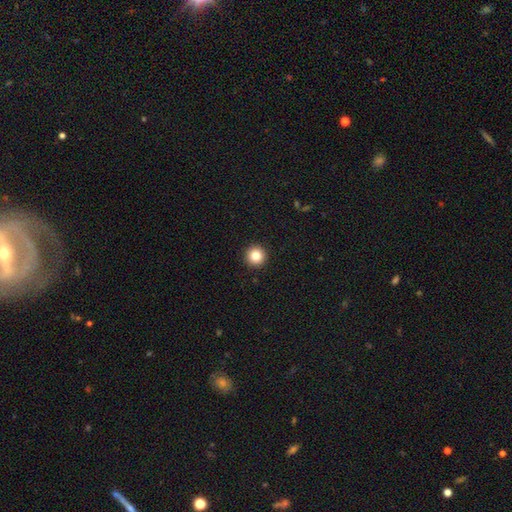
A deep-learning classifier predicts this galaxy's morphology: Smooth or featured: smooth — 83% (star or artifact — 11%)
How rounded: round — 96% (in between — 3%)
Merging: none — 94% (minor disturbance — 4%)